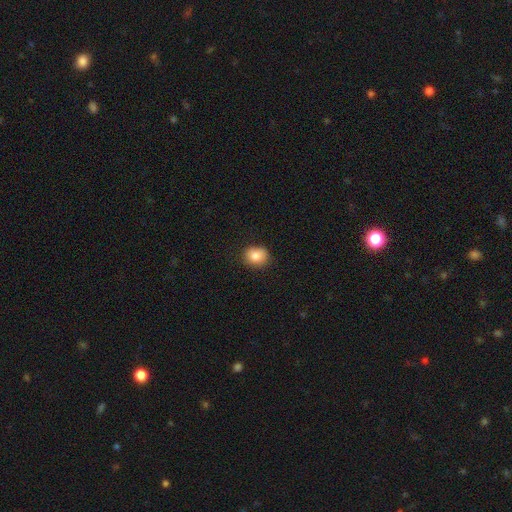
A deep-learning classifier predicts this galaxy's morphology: Q: Smooth or featured?
A: smooth (84%); runner-up: star or artifact (9%)
Q: How rounded?
A: round (68%); runner-up: in between (31%)
Q: Merging?
A: none (83%); runner-up: minor disturbance (13%)